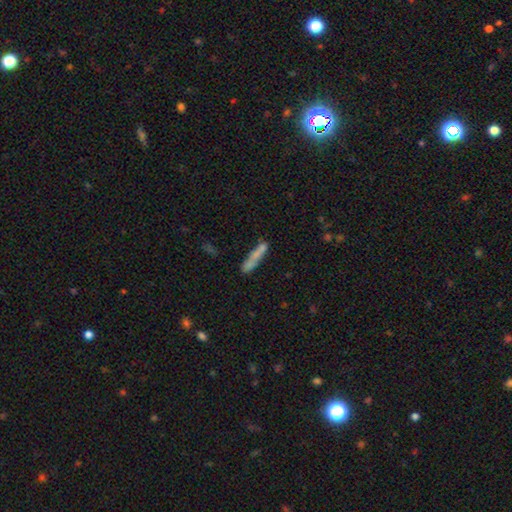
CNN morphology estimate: smooth_or_featured: smooth (p=0.64) [alt: featured or disk p=0.25]
how_rounded: cigar-shaped (p=0.89) [alt: in between p=0.09]
merging: none (p=0.60) [alt: minor disturbance p=0.17]